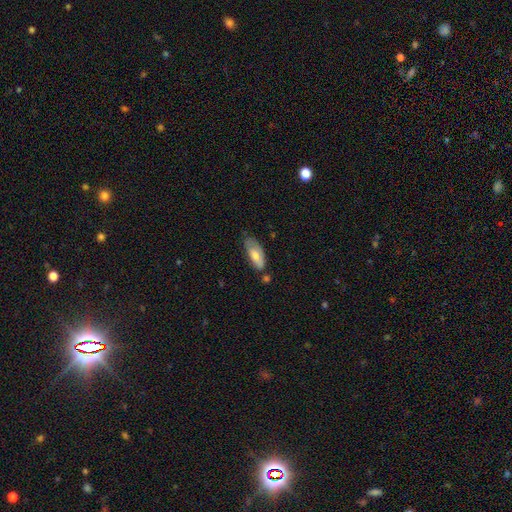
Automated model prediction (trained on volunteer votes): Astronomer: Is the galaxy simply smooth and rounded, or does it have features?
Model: smooth — 68%.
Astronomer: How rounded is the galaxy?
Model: in between — 81%.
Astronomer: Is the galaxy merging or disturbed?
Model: none — 48% (runner-up: minor disturbance, 34%).